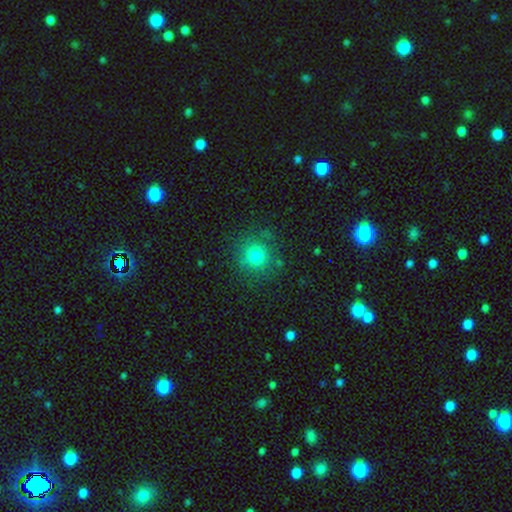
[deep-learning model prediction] A smooth galaxy with no disk features (78%) that is round (90%).

Vote fractions:
- Smooth or featured? smooth: 78% / star or artifact: 15% / featured or disk: 8%
- How rounded? round: 90% / in between: 9% / cigar-shaped: 1%
- Merging? none: 83% / minor disturbance: 11% / major disturbance: 4% / merger: 2%